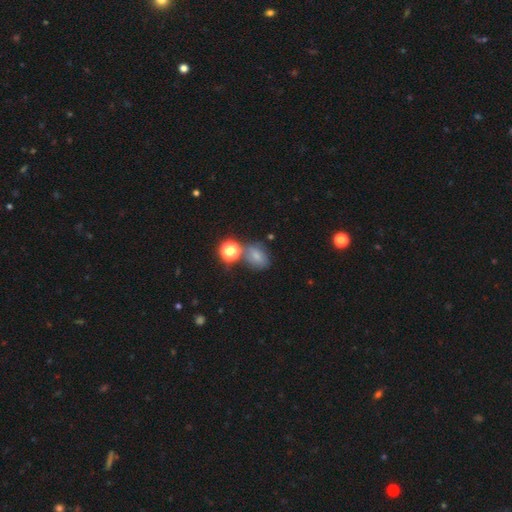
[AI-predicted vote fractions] smooth-or-featured: smooth: 65% | star or artifact: 21% | featured or disk: 14%
  how-rounded: in between: 65% | round: 33% | cigar-shaped: 2%
  merging: none: 55% | minor disturbance: 19% | merger: 17% | major disturbance: 8%